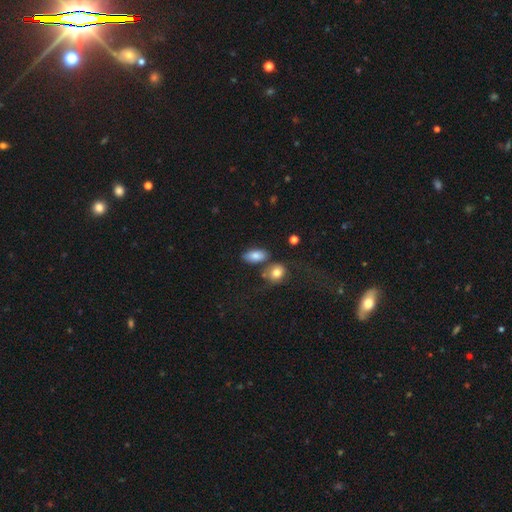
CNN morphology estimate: Smooth or featured? Predicted: smooth (p=0.81). How rounded? Predicted: in between (p=0.87). Merging? Predicted: none (p=0.65).